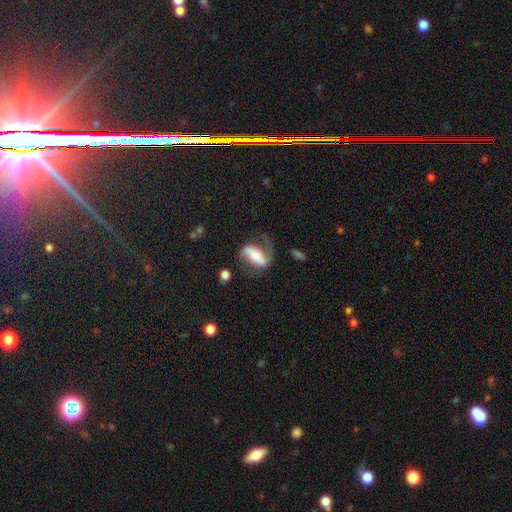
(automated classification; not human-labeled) Smooth or featured: featured or disk — 67% (smooth — 27%)
Edge-on disk: no — 88% (yes — 12%)
Bar: strong — 60% (weak — 21%)
Spiral arms: yes — 83% (no — 17%)
Bulge size: moderate — 48% (small — 31%)
Merging: none — 57% (minor disturbance — 20%)